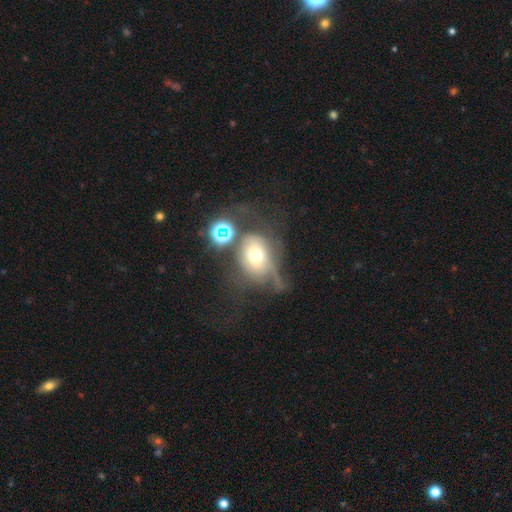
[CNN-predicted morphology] Smooth or featured? smooth (52%)
How rounded? round (52%)
Merging? major disturbance (38%)